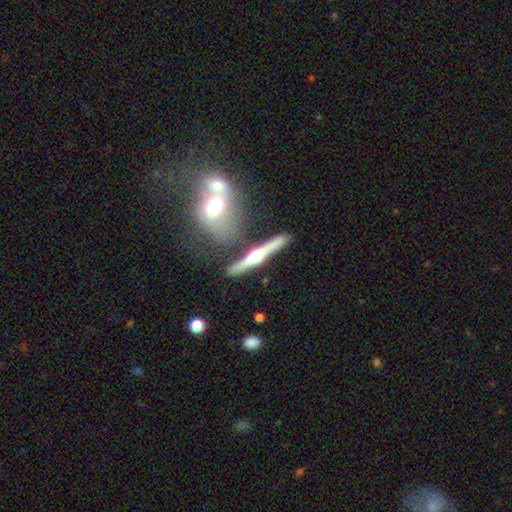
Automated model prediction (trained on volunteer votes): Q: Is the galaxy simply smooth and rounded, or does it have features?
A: featured or disk — 74%.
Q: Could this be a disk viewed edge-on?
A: yes — 96%.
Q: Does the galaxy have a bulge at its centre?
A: rounded — 92%.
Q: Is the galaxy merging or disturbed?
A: none — 82%.